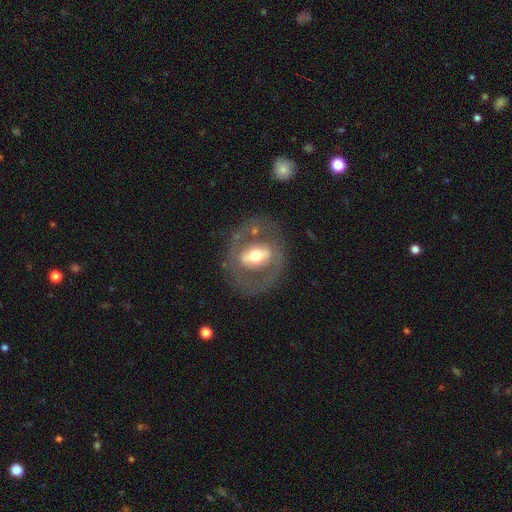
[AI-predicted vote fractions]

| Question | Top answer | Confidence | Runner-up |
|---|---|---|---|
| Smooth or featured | featured or disk | 70% | smooth (24%) |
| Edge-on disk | no | 91% | yes (9%) |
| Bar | strong | 49% | weak (28%) |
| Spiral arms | no | 66% | yes (34%) |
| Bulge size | moderate | 63% | large (24%) |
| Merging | none | 73% | minor disturbance (13%) |